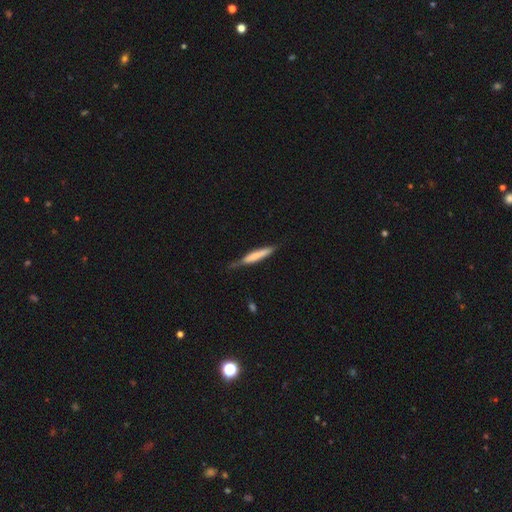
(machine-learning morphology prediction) Smooth or featured? smooth (62%)
How rounded? cigar-shaped (92%)
Merging? none (62%)